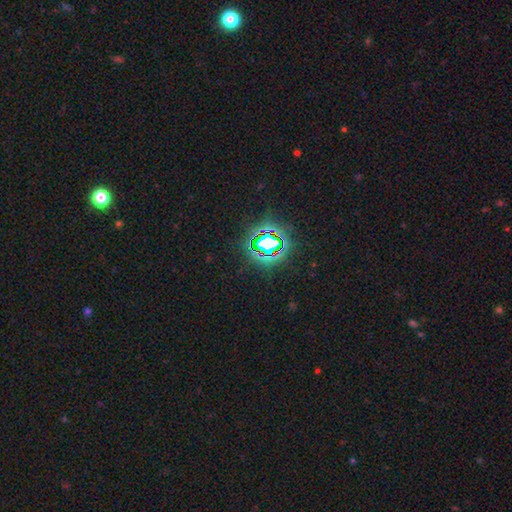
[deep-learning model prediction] Q: Smooth or featured?
A: star or artifact (77%); runner-up: smooth (13%)